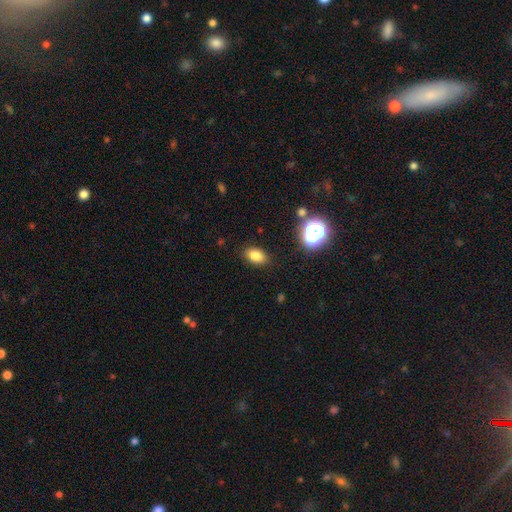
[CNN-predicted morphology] Overall: smooth (81%). How rounded: in between (84%). Merging: none (85%).